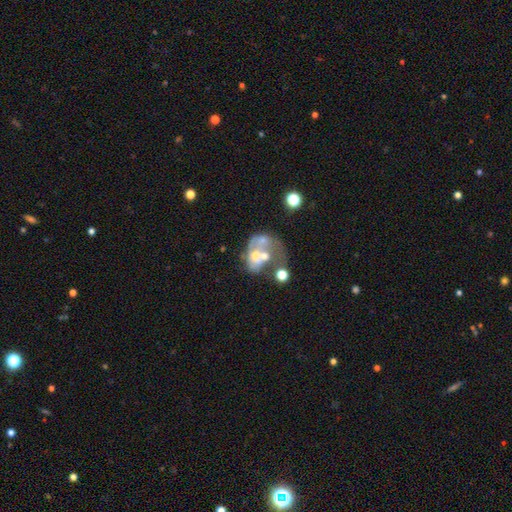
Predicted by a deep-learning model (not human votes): This appears to be a featured or disk galaxy (57%) with no bar (90%), no spiral arms (83%) and a moderate central bulge (45%). Merging: merger (52%).